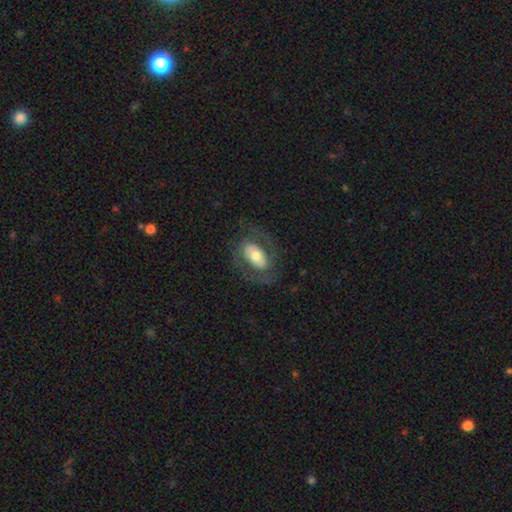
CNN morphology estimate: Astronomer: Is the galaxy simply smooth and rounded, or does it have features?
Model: featured or disk — 51% (runner-up: smooth, 43%).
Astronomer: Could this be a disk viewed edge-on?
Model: no — 93%.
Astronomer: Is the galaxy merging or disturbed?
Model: none — 71%.